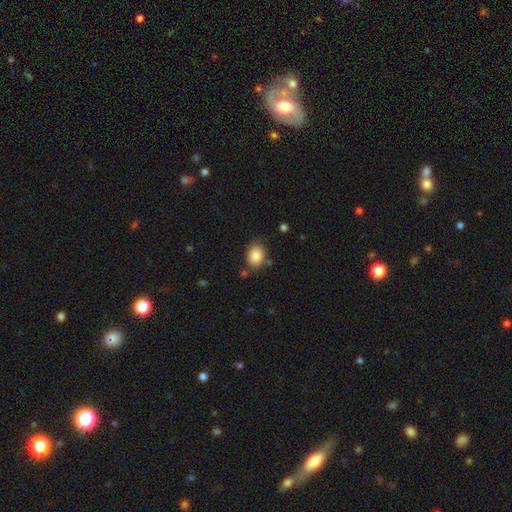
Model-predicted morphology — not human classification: Q: Smooth or featured?
A: smooth (87%); runner-up: star or artifact (8%)
Q: How rounded?
A: in between (62%); runner-up: round (37%)
Q: Merging?
A: none (77%); runner-up: minor disturbance (14%)